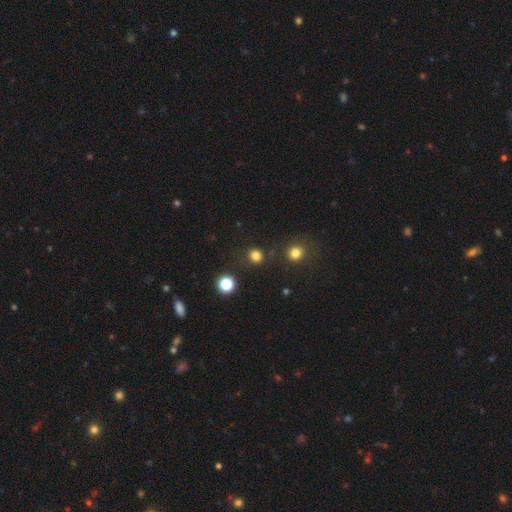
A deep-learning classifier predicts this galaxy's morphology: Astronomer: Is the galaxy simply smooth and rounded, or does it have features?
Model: smooth — 79%.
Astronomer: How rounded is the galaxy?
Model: round — 89%.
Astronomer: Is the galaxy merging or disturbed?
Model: none — 85%.